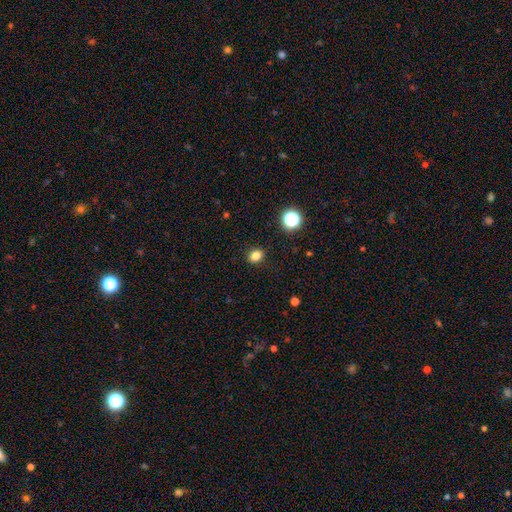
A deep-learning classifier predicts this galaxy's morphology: Smooth or featured? Predicted: smooth (p=0.82). How rounded? Predicted: round (p=0.55). Merging? Predicted: none (p=0.89).